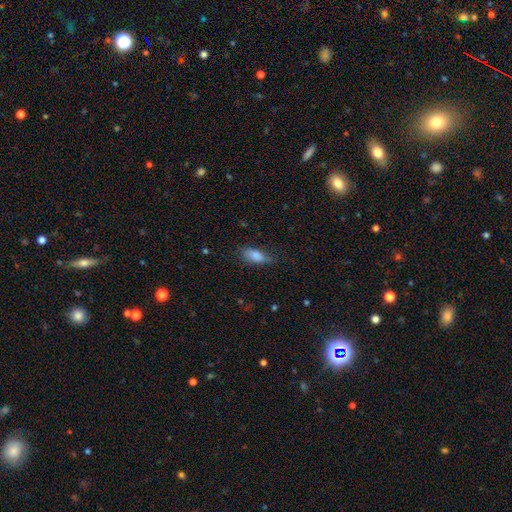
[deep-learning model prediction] A smooth galaxy with no disk features (84%) that is in between round and cigar-shaped (84%). Merging: none (63%).